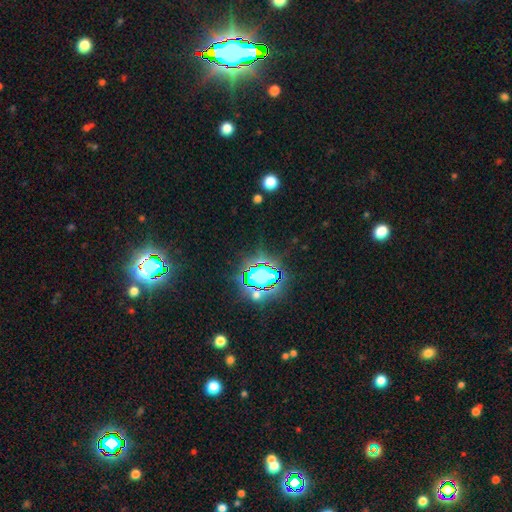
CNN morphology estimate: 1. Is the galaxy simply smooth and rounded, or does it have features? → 82% star or artifact, 11% smooth, 7% featured or disk.